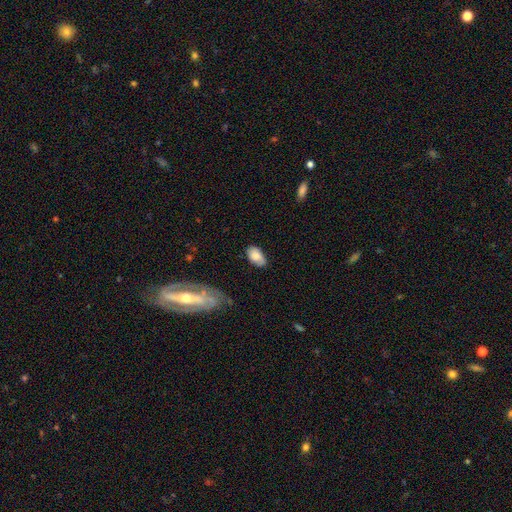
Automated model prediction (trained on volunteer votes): Smooth or featured: smooth — 77% (featured or disk — 15%)
How rounded: in between — 92% (round — 6%)
Merging: none — 68% (minor disturbance — 24%)